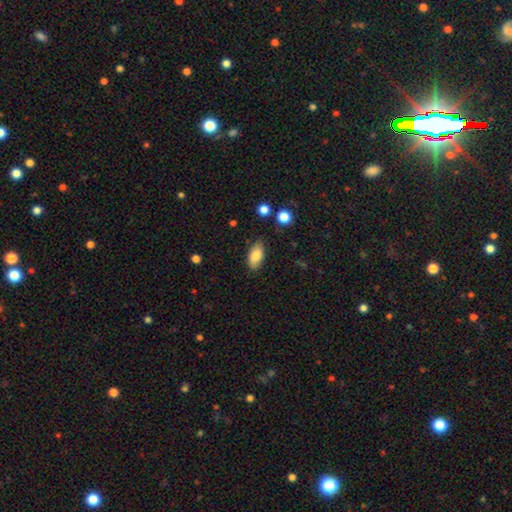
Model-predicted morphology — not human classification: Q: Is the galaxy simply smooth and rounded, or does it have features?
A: smooth — 84%.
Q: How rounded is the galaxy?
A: in between — 91%.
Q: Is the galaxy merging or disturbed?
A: none — 79%.